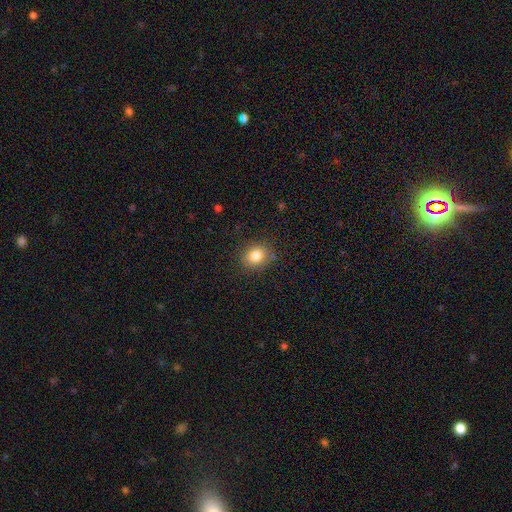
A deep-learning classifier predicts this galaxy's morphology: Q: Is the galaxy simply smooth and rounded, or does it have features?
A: smooth — 82%.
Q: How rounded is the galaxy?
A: round — 58%.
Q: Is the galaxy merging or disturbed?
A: none — 84%.